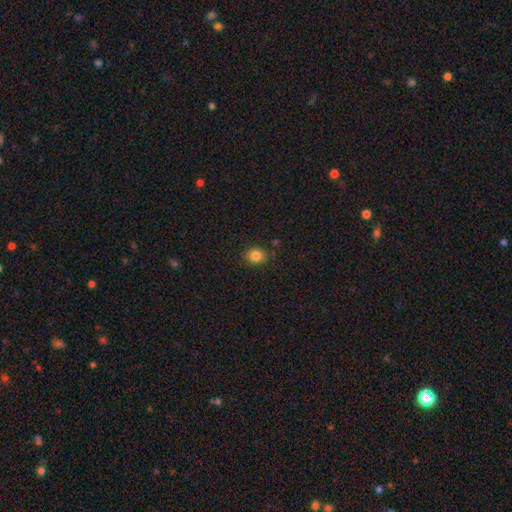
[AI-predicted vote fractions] This appears to be a smooth galaxy with no disk features (84%) that is round (69%). Merging: none (86%).